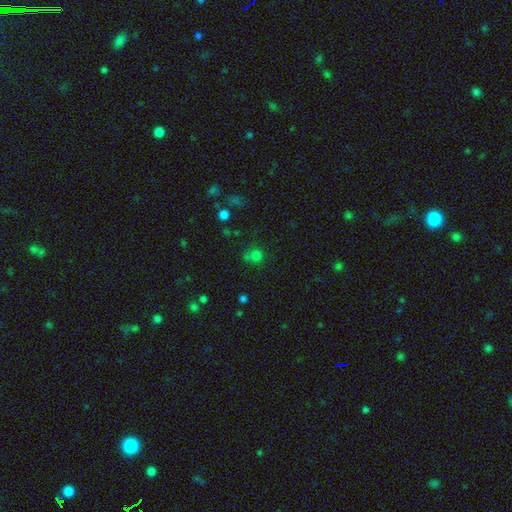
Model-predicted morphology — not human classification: Overall: smooth (71%). How rounded: round (83%). Merging: none (58%; merger 19%).